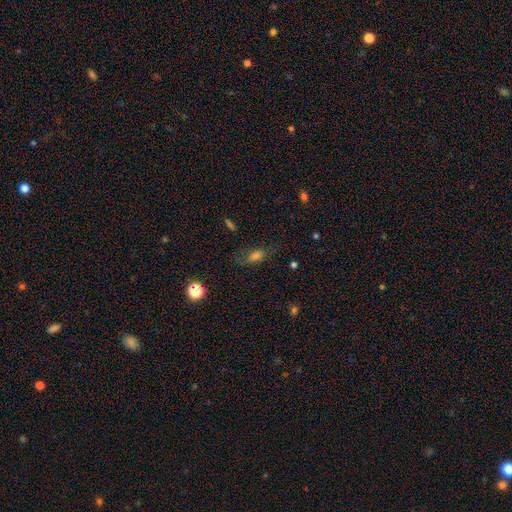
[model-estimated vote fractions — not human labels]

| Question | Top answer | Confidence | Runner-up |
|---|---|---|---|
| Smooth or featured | smooth | 51% | featured or disk (26%) |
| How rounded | in between | 74% | cigar-shaped (15%) |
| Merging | none | 60% | minor disturbance (21%) |